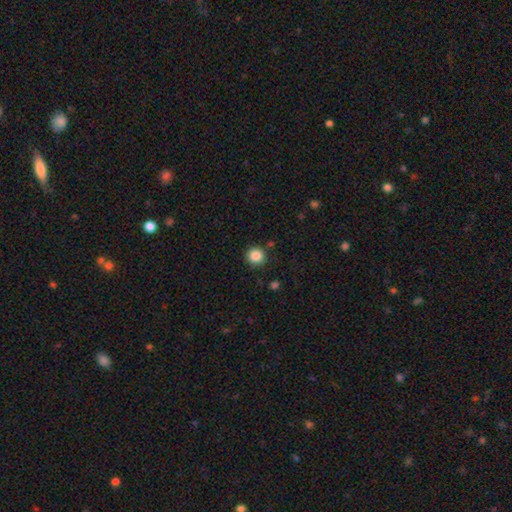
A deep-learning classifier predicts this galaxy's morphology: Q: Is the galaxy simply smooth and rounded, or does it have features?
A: smooth — 86%.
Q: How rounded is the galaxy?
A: round — 92%.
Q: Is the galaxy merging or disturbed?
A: none — 88%.